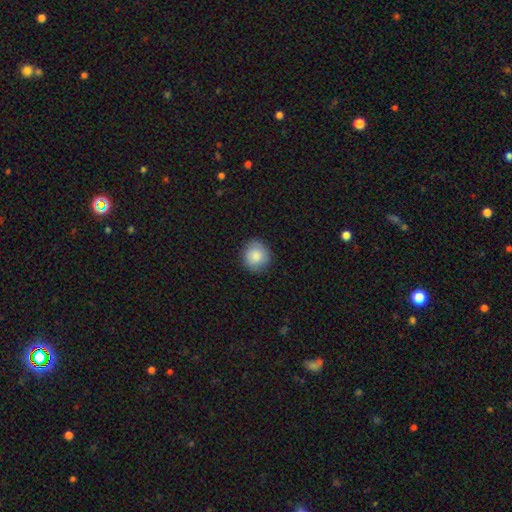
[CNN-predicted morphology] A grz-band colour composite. It shows a smooth galaxy with no disk features (87%) that is round (88%). Merging: none (88%).